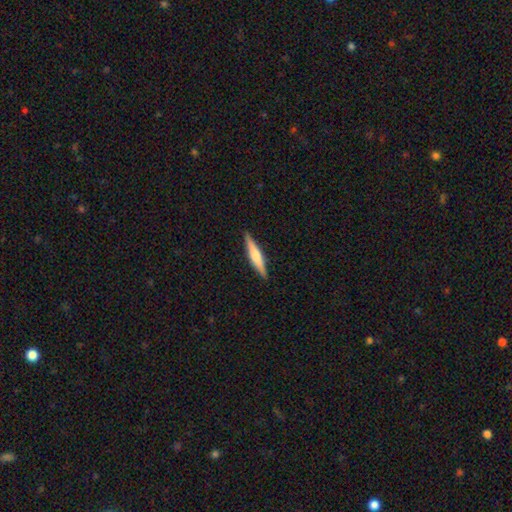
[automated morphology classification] Smooth or featured: featured or disk — 54% (smooth — 41%)
Edge-on disk: yes — 97% (no — 3%)
Edge-on bulge: rounded — 68% (boxy — 19%)
Merging: none — 91% (minor disturbance — 7%)